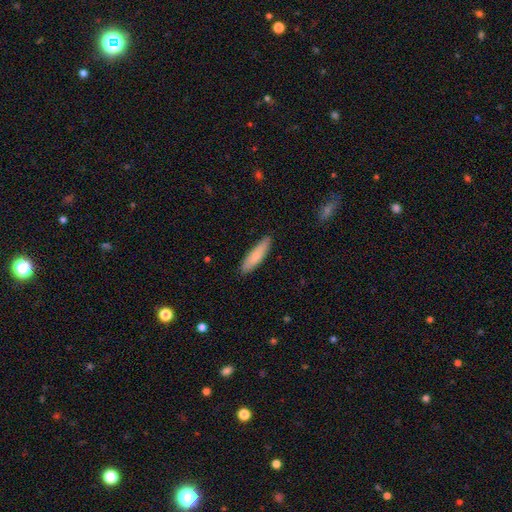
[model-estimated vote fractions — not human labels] smooth_or_featured: smooth (p=0.78) [alt: featured or disk p=0.16]
how_rounded: cigar-shaped (p=0.74) [alt: in between p=0.25]
merging: none (p=0.88) [alt: minor disturbance p=0.10]